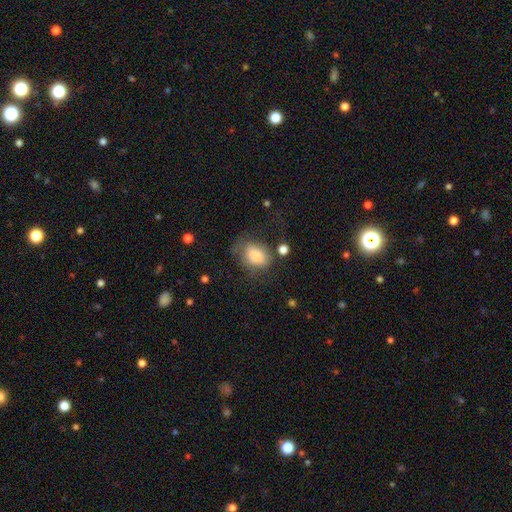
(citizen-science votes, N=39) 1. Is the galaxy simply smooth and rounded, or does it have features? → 87% smooth, 10% star or artifact, 3% featured or disk.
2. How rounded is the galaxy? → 76% in between, 21% round, 3% cigar-shaped.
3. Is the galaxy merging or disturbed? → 37% minor disturbance, 34% none, 23% major disturbance, 6% merger.